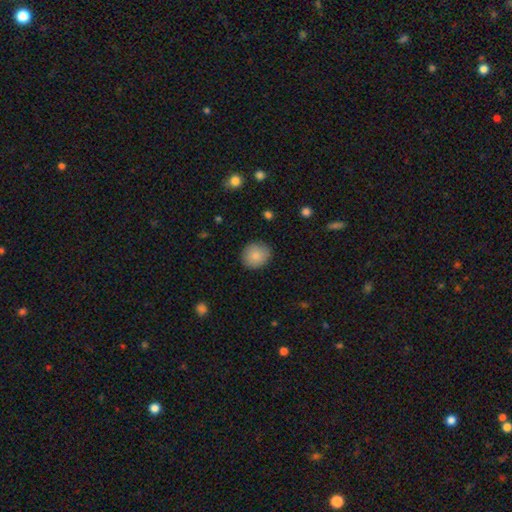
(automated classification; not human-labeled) smooth_or_featured: smooth (p=0.86) [alt: star or artifact p=0.08]
how_rounded: round (p=0.81) [alt: in between p=0.18]
merging: none (p=0.88) [alt: minor disturbance p=0.09]